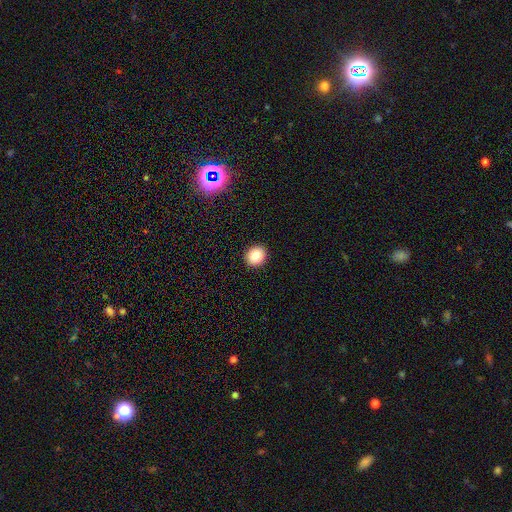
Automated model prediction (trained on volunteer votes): Q: Smooth or featured?
A: smooth (81%); runner-up: star or artifact (11%)
Q: How rounded?
A: round (80%); runner-up: in between (19%)
Q: Merging?
A: none (93%); runner-up: minor disturbance (5%)